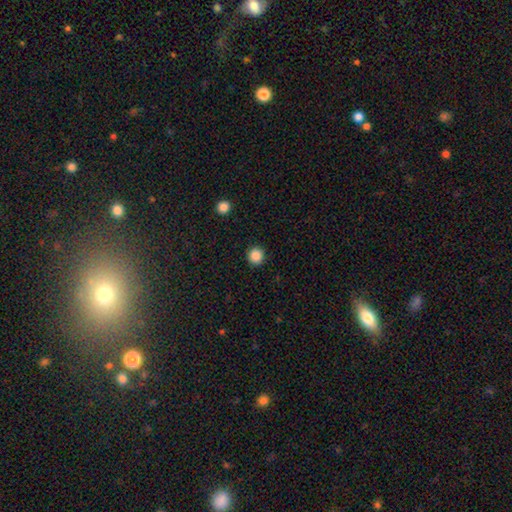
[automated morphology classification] smooth 87%, star or artifact 10%, featured or disk 3%. Down the decision tree: how rounded — round (94%); merging — none (92%).